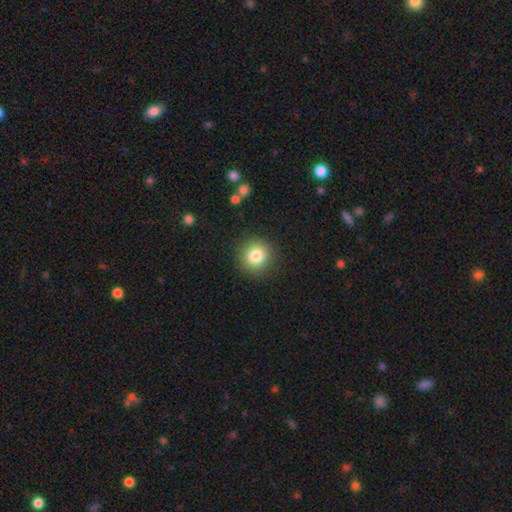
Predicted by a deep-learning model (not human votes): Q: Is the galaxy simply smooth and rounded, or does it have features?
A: smooth — 82%.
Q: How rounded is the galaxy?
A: round — 91%.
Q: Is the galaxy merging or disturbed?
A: none — 89%.